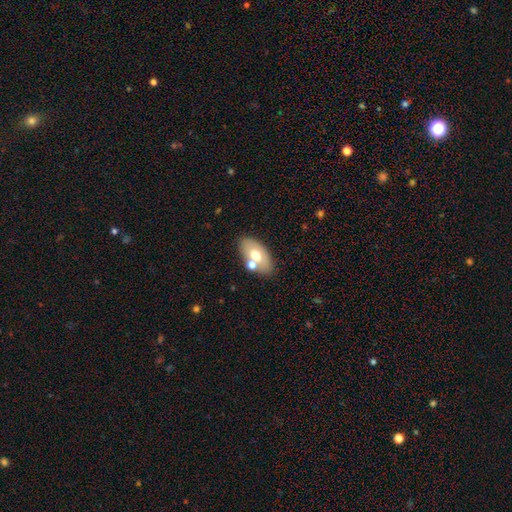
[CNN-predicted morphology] smooth-or-featured: smooth: 62% | featured or disk: 31% | star or artifact: 8%
  how-rounded: in between: 92% | round: 6% | cigar-shaped: 2%
  merging: none: 69% | merger: 16% | minor disturbance: 12% | major disturbance: 3%